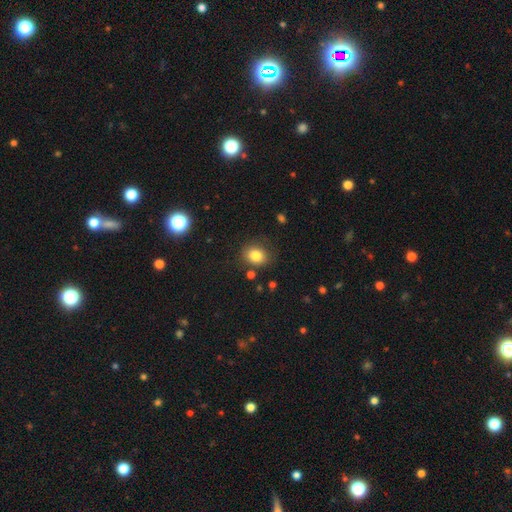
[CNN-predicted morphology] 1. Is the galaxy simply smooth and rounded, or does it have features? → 82% smooth, 11% star or artifact, 7% featured or disk.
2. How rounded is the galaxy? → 55% round, 44% in between, 1% cigar-shaped.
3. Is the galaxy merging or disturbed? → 80% none, 12% minor disturbance, 4% major disturbance, 4% merger.